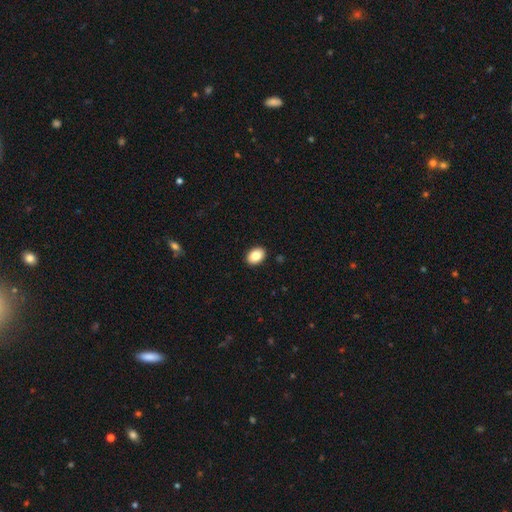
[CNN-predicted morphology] smooth-or-featured: smooth: 84% | star or artifact: 8% | featured or disk: 8%
  how-rounded: in between: 77% | round: 22% | cigar-shaped: 1%
  merging: none: 91% | minor disturbance: 6% | major disturbance: 2% | merger: 1%